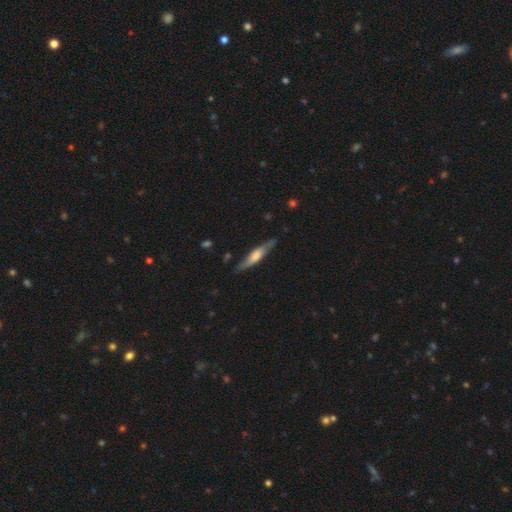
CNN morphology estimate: smooth_or_featured: featured or disk (p=0.54) [alt: smooth p=0.41]
disk_edge_on: yes (p=0.85) [alt: no p=0.15]
merging: none (p=0.81) [alt: minor disturbance p=0.15]